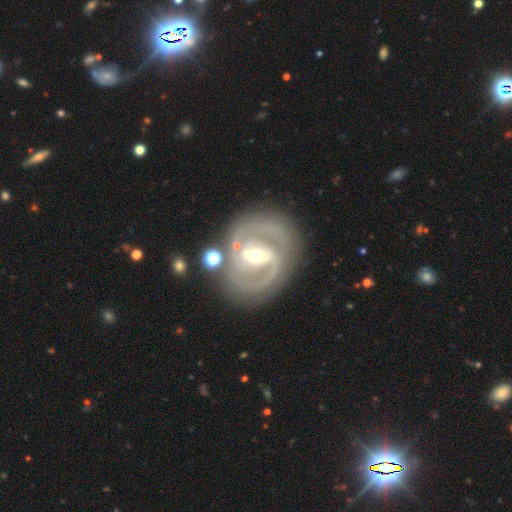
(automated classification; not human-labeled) smooth-or-featured: featured or disk: 86% | smooth: 9% | star or artifact: 5%
  disk-edge-on: no: 96% | yes: 4%
    bar: strong: 52% | weak: 36% | no: 12%
    has-spiral-arms: yes: 86% | no: 14%
      spiral-winding: tight: 50% | medium: 40% | loose: 10%
      spiral-arm-count: 2: 76% | can't tell: 11% | 3: 7% | 1: 3% | 4: 2% | more than 4: 2%
    bulge-size: moderate: 64% | small: 29% | large: 5% | none: 1% | dominant: 1%
  merging: none: 76% | minor disturbance: 13% | major disturbance: 6% | merger: 4%